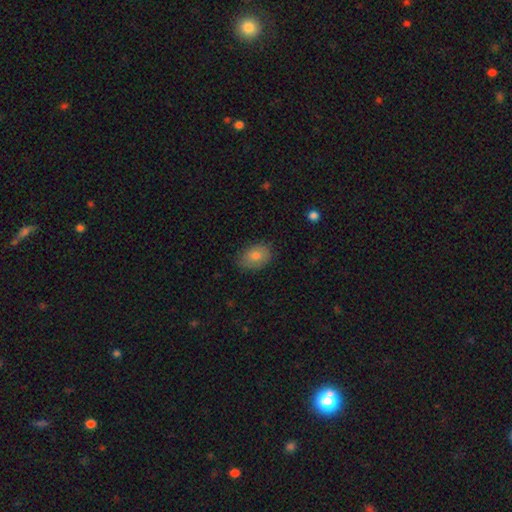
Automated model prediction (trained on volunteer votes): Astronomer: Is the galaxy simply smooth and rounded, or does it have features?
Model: smooth — 78%.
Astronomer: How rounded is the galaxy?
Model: in between — 78%.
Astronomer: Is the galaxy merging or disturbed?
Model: none — 81%.